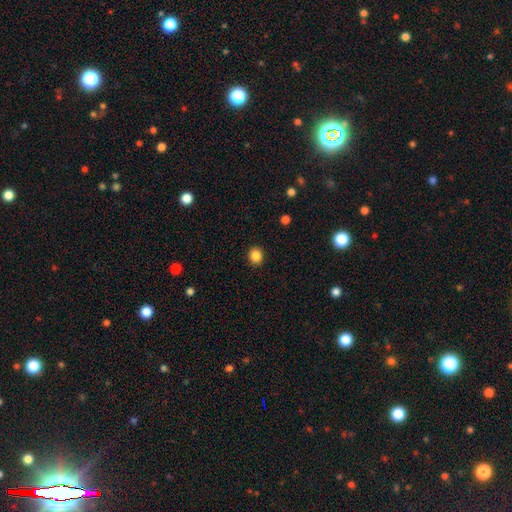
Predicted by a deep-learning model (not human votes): Overall: smooth (86%). How rounded: round (82%). Merging: none (91%).